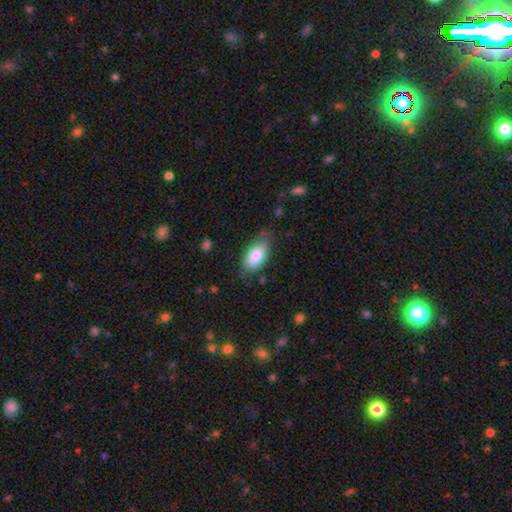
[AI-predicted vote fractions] Morphology: type=smooth (80%); roundness=in between (92%); merging=none (69%).